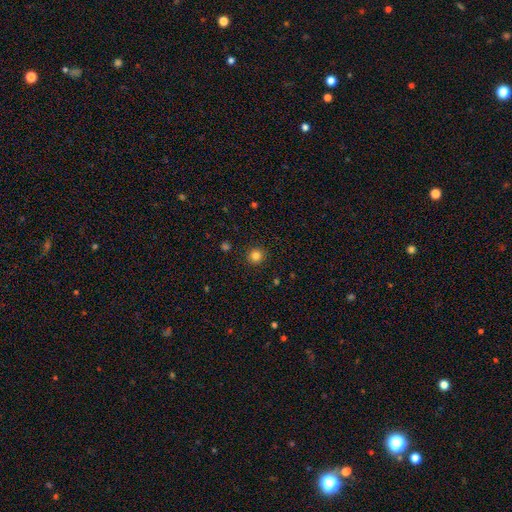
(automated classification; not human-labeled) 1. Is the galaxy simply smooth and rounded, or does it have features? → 83% smooth, 13% star or artifact, 4% featured or disk.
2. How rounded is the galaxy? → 93% round, 6% in between, 1% cigar-shaped.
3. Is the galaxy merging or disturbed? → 92% none, 5% minor disturbance, 2% major disturbance, 1% merger.